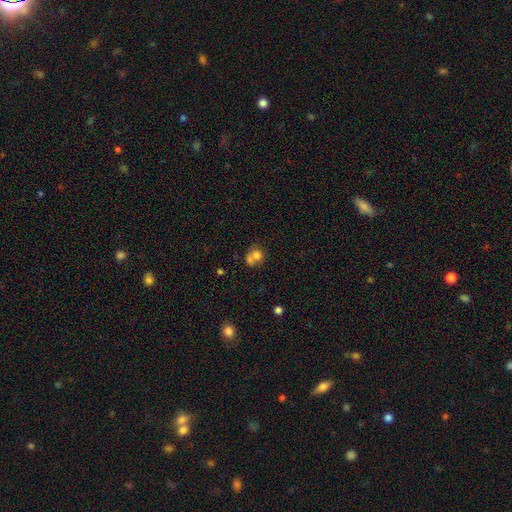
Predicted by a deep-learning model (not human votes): smooth-or-featured: smooth: 72% | featured or disk: 17% | star or artifact: 11%
  how-rounded: round: 72% | in between: 27% | cigar-shaped: 1%
  merging: merger: 55% | none: 31% | minor disturbance: 9% | major disturbance: 5%